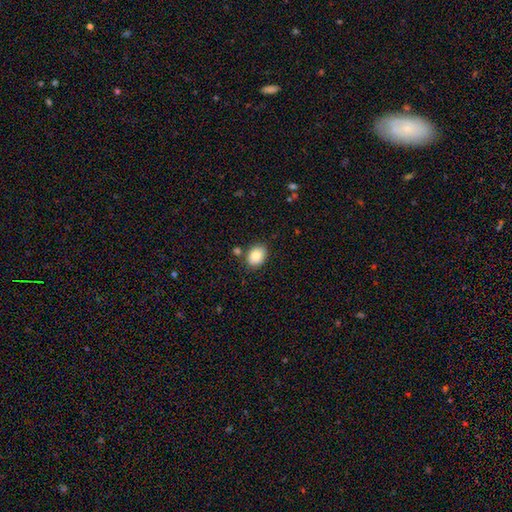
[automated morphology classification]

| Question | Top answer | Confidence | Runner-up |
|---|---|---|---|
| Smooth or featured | smooth | 83% | featured or disk (8%) |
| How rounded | in between | 66% | round (33%) |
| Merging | none | 79% | minor disturbance (12%) |